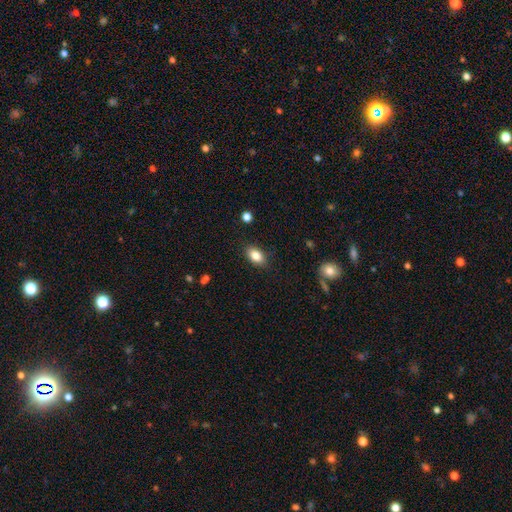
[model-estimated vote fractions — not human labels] Morphology: type=smooth (85%); roundness=in between (88%); merging=none (85%).